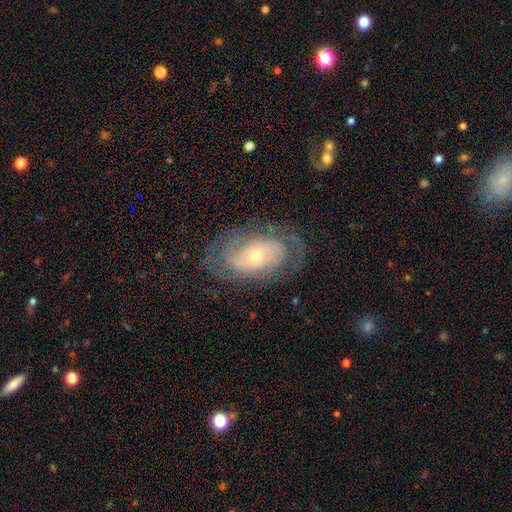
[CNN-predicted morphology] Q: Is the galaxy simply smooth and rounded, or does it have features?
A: featured or disk — 81%.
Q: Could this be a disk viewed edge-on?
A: no — 95%.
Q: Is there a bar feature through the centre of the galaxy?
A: no — 72%.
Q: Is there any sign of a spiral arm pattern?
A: yes — 90%.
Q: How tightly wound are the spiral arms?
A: tight — 63%.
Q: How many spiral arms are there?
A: can't tell — 37%.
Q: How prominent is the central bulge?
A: small — 65%.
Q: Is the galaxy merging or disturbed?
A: none — 73%.